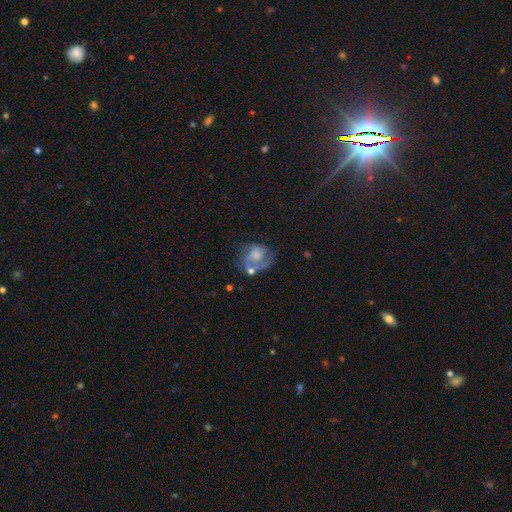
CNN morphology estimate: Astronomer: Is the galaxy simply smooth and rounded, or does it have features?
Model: featured or disk — 64%.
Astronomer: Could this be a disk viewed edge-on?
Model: no — 98%.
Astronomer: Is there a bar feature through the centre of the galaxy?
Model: no — 71%.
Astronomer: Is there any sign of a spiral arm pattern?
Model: yes — 79%.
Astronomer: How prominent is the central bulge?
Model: moderate — 33% (runner-up: small, 31%).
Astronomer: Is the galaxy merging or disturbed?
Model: none — 41% (runner-up: major disturbance, 24%).